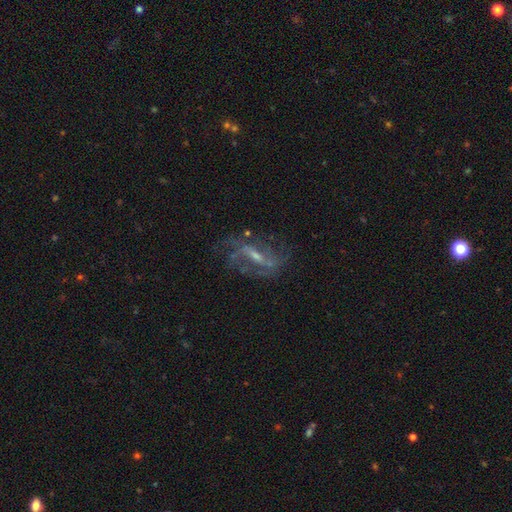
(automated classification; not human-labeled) Overall: featured or disk (76%). Edge-on disk: no (87%). Bar: weak (43%; strong 37%). Spiral arms: yes (83%). Spiral arm count: 2 (56%; can't tell 24%). Spiral winding: loose (46%; medium 37%). Bulge size: small (52%; moderate 34%). Merging: none (64%).